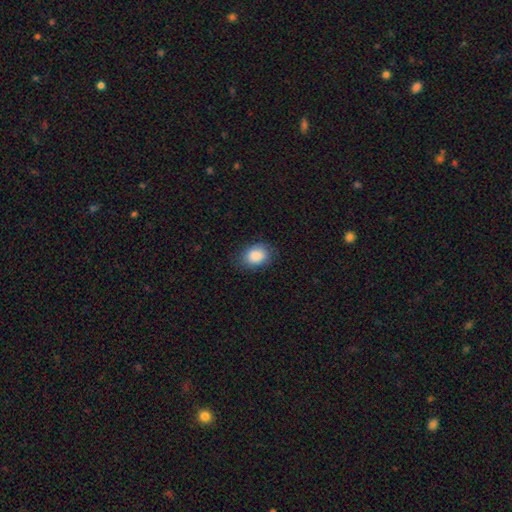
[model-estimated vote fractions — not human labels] Smooth or featured? smooth (88%)
How rounded? in between (67%)
Merging? none (80%)